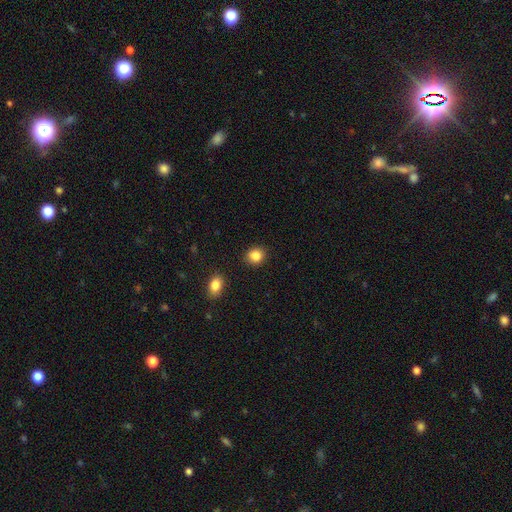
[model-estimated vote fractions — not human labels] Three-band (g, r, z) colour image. It shows a smooth galaxy with no disk features (86%) that is round (79%). Merging: none (88%).